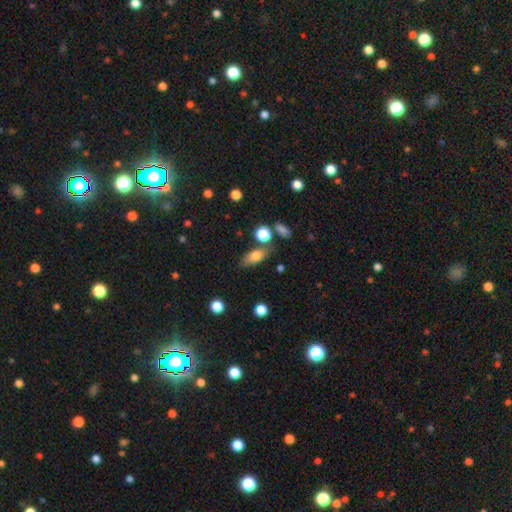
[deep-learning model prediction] Smooth or featured? Predicted: smooth (p=0.78). How rounded? Predicted: in between (p=0.79). Merging? Predicted: none (p=0.66).